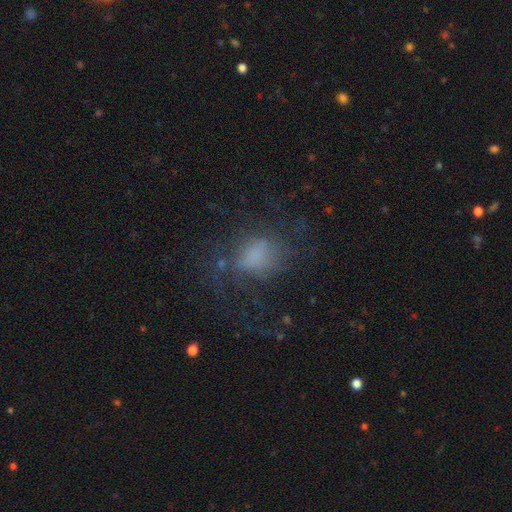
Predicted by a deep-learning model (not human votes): smooth 46%, featured or disk 36%, star or artifact 19%. Down the decision tree: merging — none (43%).